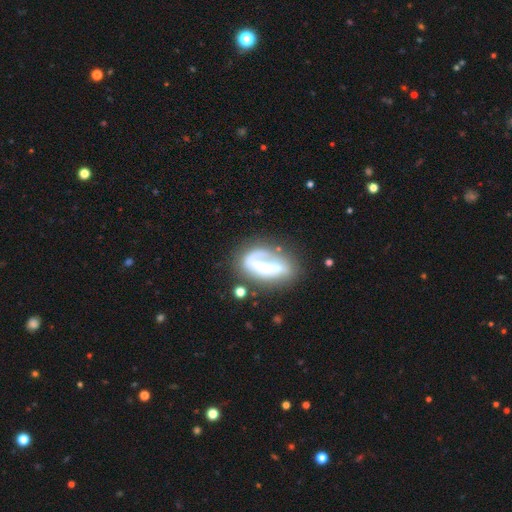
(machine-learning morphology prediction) This appears to be a featured or disk galaxy (64%) with a strong bar (51%), spiral arms (63%) and no central bulge (36%). Merging: none (47%).